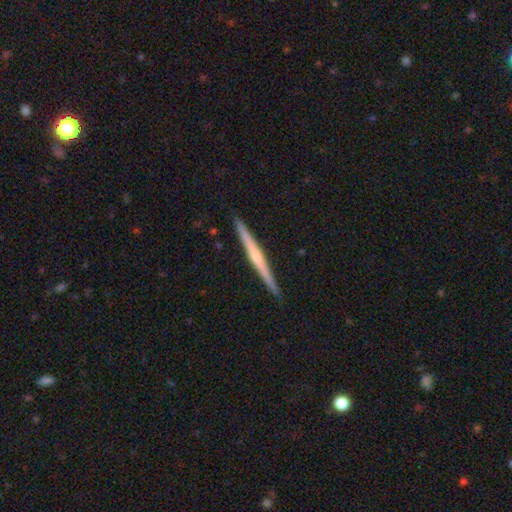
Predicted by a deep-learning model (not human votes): featured or disk 75%, smooth 20%, star or artifact 6%. Down the decision tree: edge-on disk — yes (98%); edge-on bulge — rounded (68%); merging — none (92%).